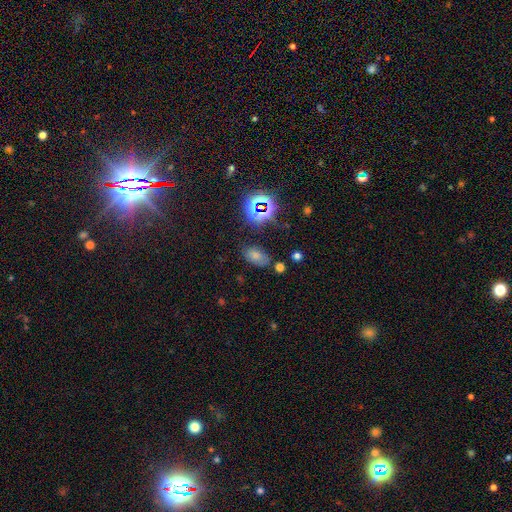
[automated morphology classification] A smooth galaxy with no disk features (64%) that is in between round and cigar-shaped (90%).

Vote fractions:
- Smooth or featured? smooth: 64% / star or artifact: 25% / featured or disk: 12%
- How rounded? in between: 90% / round: 9% / cigar-shaped: 2%
- Merging? none: 71% / minor disturbance: 19% / major disturbance: 6% / merger: 5%